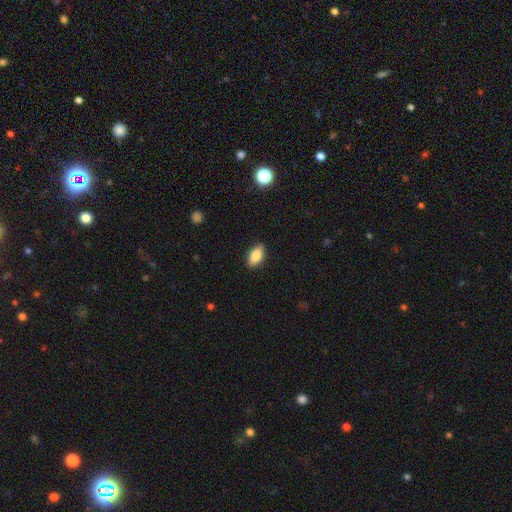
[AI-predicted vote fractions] Morphology: type=smooth (79%); roundness=in between (87%); merging=none (87%).